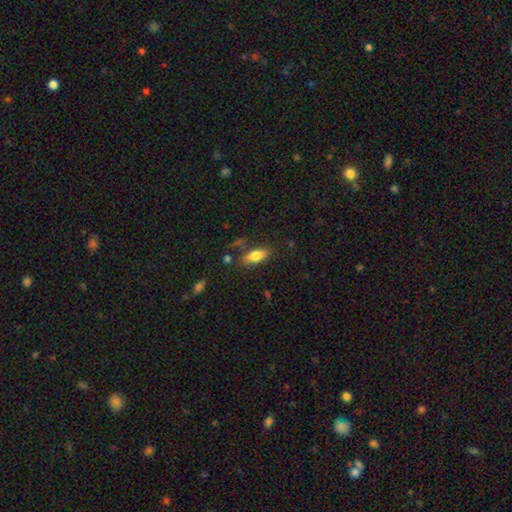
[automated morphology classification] This appears to be a smooth galaxy with no disk features (79%) that is in between round and cigar-shaped (82%). Merging: none (76%).